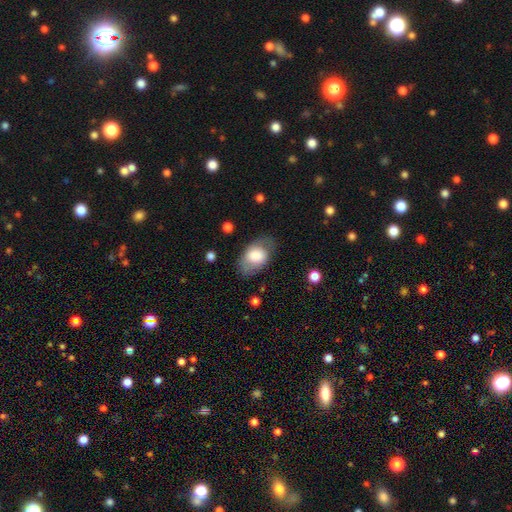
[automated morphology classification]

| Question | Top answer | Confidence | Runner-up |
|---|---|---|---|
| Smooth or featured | smooth | 72% | featured or disk (21%) |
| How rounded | in between | 87% | round (12%) |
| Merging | none | 70% | minor disturbance (20%) |